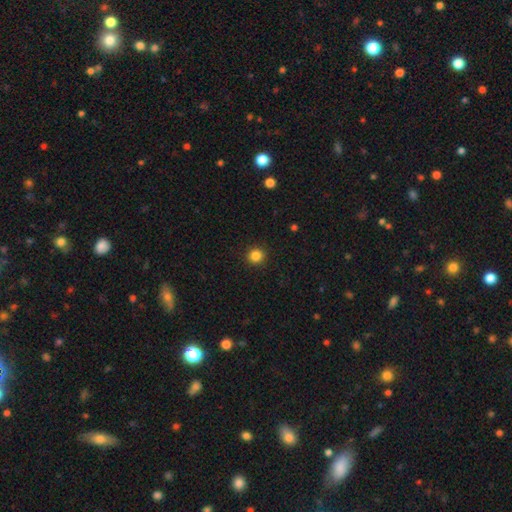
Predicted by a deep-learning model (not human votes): The model was most divided on "smooth or featured": smooth: 85%, star or artifact: 12%, featured or disk: 4%. More confident: how rounded — round (93%); merging — none (92%).